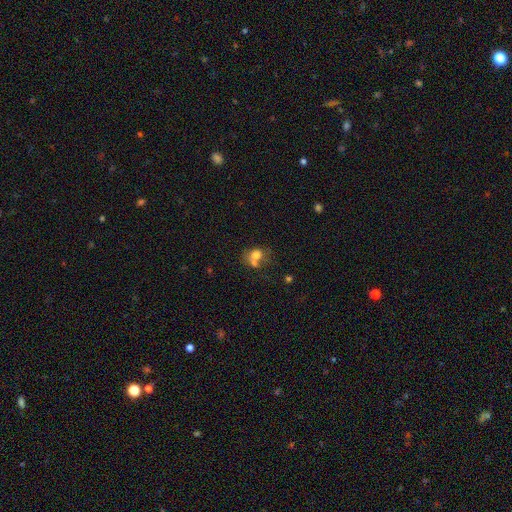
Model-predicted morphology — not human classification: smooth 71%, featured or disk 17%, star or artifact 12%. Down the decision tree: how rounded — round (58%); merging — merger (45%).